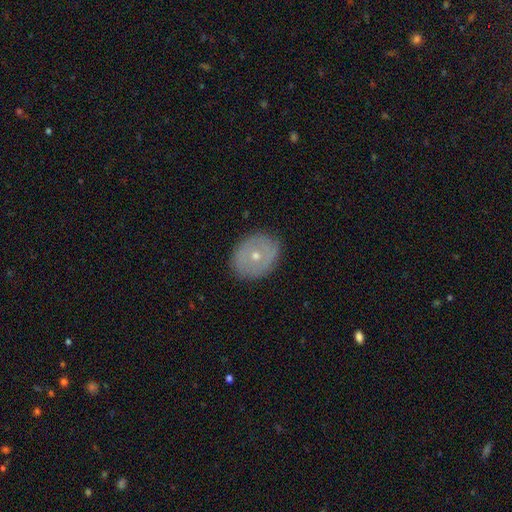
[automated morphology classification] This is possibly a featured or disk galaxy (48%). Merging: clearly none (84%).